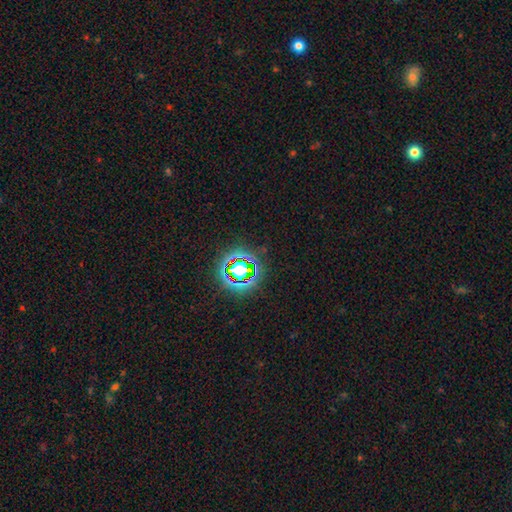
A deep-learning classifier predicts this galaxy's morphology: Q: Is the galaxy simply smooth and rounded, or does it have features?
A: star or artifact — 78%.